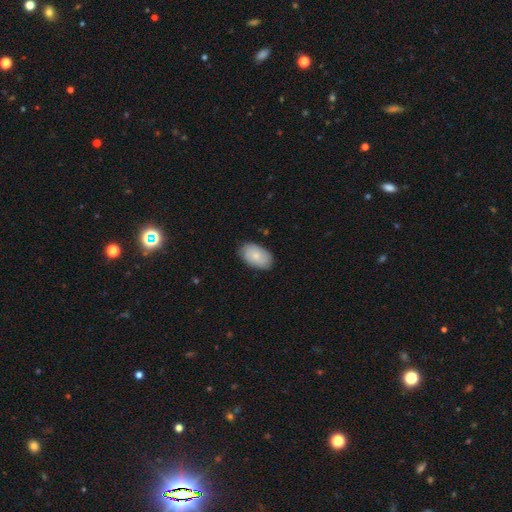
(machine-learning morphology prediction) type=smooth (77%); roundness=in between (93%); merging=none (82%).